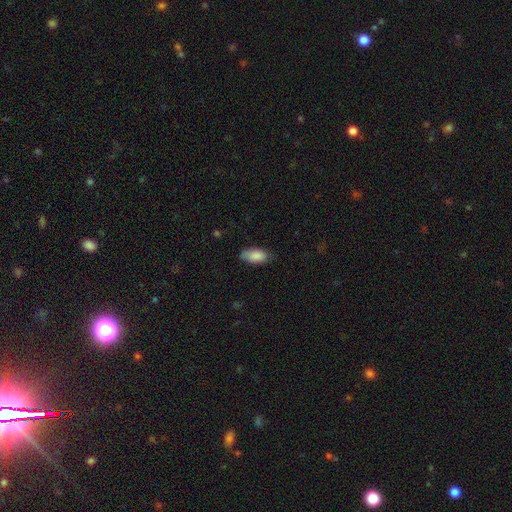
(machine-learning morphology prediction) Overall: smooth (87%). How rounded: in between (91%). Merging: none (74%).